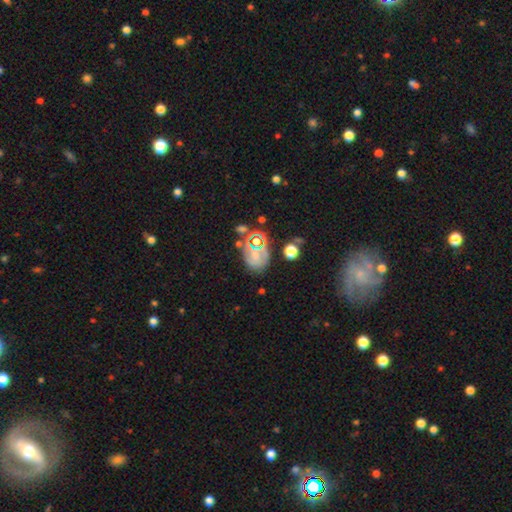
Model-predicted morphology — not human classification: This is marginally a smooth galaxy (43%). Merging: possibly none (54%).